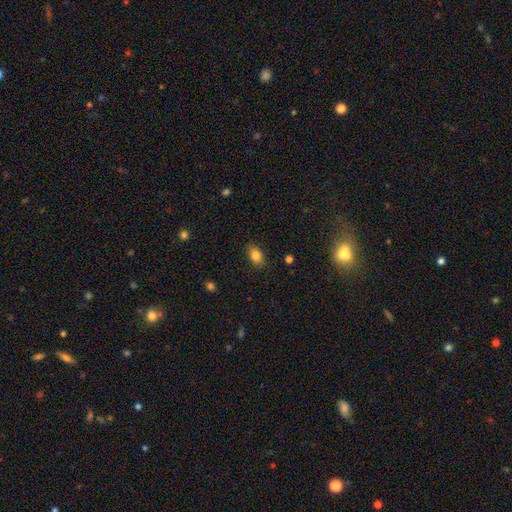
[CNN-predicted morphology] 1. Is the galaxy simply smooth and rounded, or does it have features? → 84% smooth, 10% star or artifact, 6% featured or disk.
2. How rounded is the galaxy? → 78% in between, 20% round, 2% cigar-shaped.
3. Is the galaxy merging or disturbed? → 84% none, 12% minor disturbance, 3% major disturbance, 1% merger.